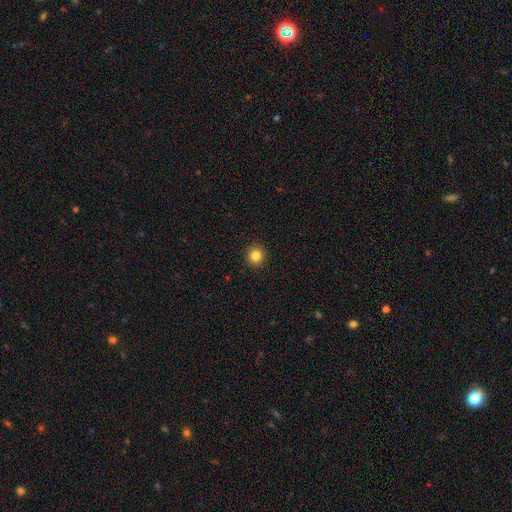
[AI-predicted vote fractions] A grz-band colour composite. It shows a smooth galaxy with no disk features (84%) that is round (90%). Merging: none (92%).